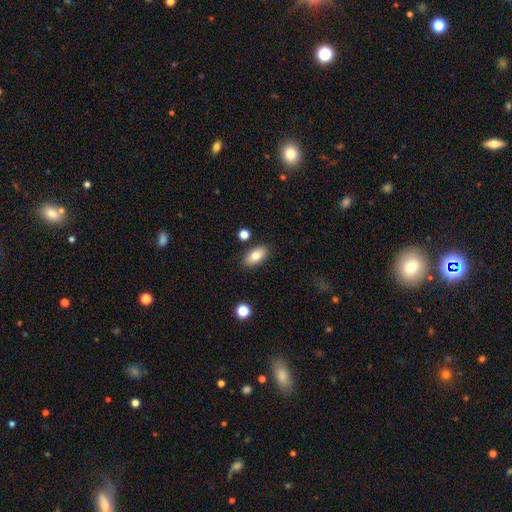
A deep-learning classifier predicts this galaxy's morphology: smooth-or-featured: smooth: 79% | featured or disk: 14% | star or artifact: 8%
  how-rounded: in between: 89% | cigar-shaped: 6% | round: 5%
  merging: none: 85% | minor disturbance: 9% | merger: 3% | major disturbance: 2%